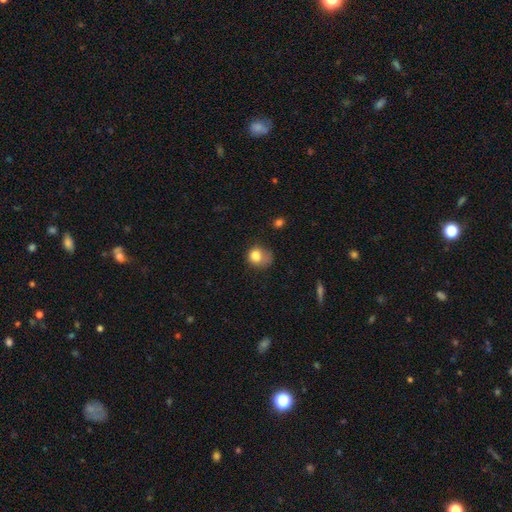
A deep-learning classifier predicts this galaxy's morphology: Q: Smooth or featured?
A: smooth (79%); runner-up: featured or disk (11%)
Q: How rounded?
A: round (67%); runner-up: in between (32%)
Q: Merging?
A: none (36%); runner-up: minor disturbance (33%)